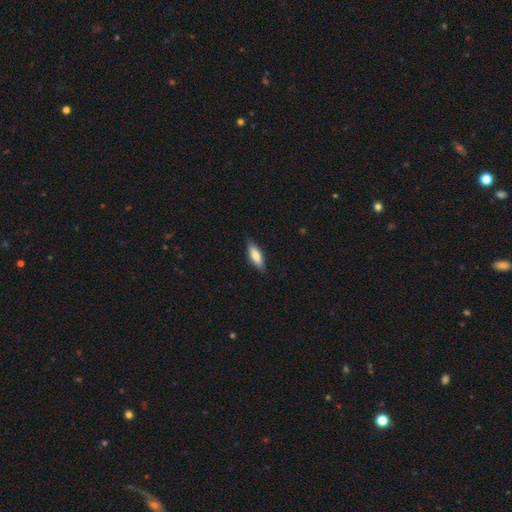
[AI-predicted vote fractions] A smooth galaxy with no disk features (75%) that is in between round and cigar-shaped (49%, tied with cigar-shaped).

Vote fractions:
- Smooth or featured? smooth: 75% / featured or disk: 20% / star or artifact: 6%
- How rounded? in between: 49% (tied) / cigar-shaped: 49% (tied) / round: 2%
- Merging? none: 86% / minor disturbance: 11% / major disturbance: 2% / merger: 1%